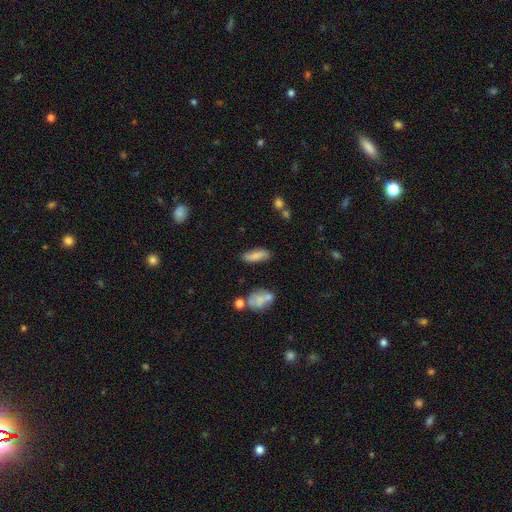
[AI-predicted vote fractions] The model was most divided on "how rounded": in between: 58%, cigar-shaped: 39%, round: 3%. More confident: merging — none (75%); smooth or featured — smooth (73%).